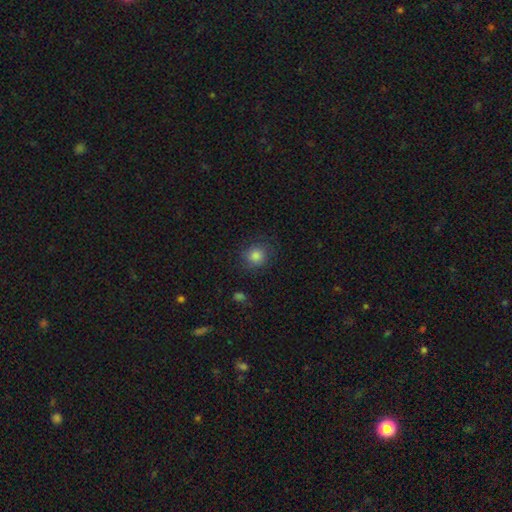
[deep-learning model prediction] The model was most divided on "merging": none: 82%, minor disturbance: 12%, major disturbance: 5%, merger: 1%. More confident: how rounded — round (88%); smooth or featured — smooth (84%).